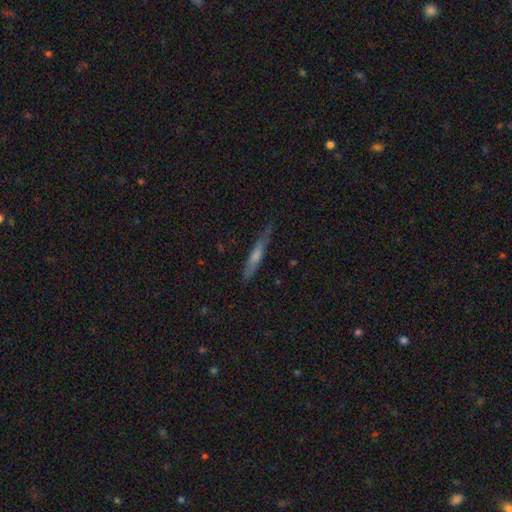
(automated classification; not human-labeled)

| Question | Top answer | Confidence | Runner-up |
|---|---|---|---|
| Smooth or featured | featured or disk | 48% | smooth (44%) |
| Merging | none | 79% | minor disturbance (16%) |